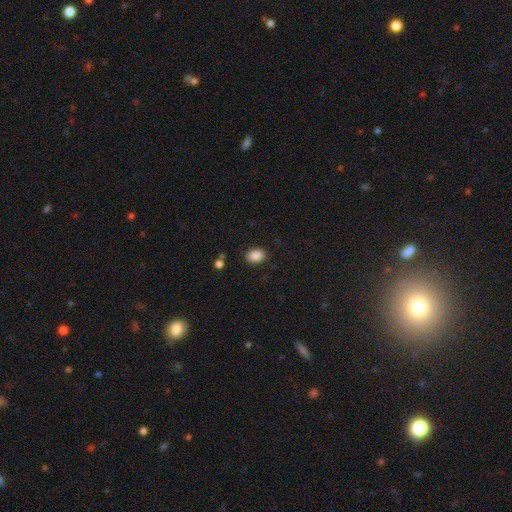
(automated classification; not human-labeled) A smooth galaxy with no disk features (87%) that is in between round and cigar-shaped (78%).

Vote fractions:
- Smooth or featured? smooth: 87% / star or artifact: 9% / featured or disk: 4%
- How rounded? in between: 78% / round: 21% / cigar-shaped: 1%
- Merging? none: 87% / minor disturbance: 9% / major disturbance: 3% / merger: 2%